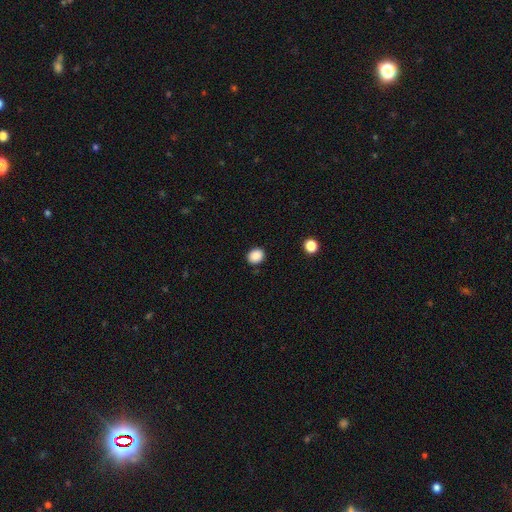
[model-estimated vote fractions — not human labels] smooth 88%, star or artifact 9%, featured or disk 3%. Down the decision tree: how rounded — round (63%); merging — none (89%).